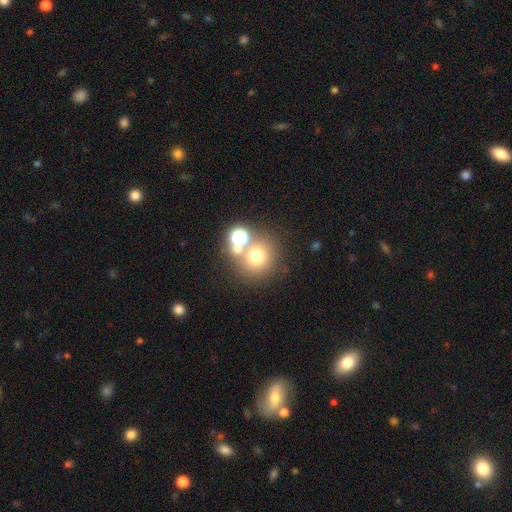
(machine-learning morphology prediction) A smooth galaxy with no disk features (67%) that is round (89%).

Vote fractions:
- Smooth or featured? smooth: 67% / star or artifact: 20% / featured or disk: 13%
- How rounded? round: 89% / in between: 10% / cigar-shaped: 1%
- Merging? none: 61% / merger: 27% / minor disturbance: 8% / major disturbance: 5%